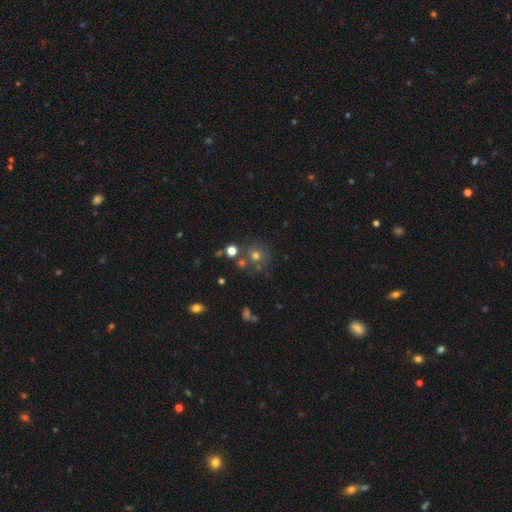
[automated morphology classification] Overall: smooth (64%). How rounded: round (89%). Merging: none (65%).